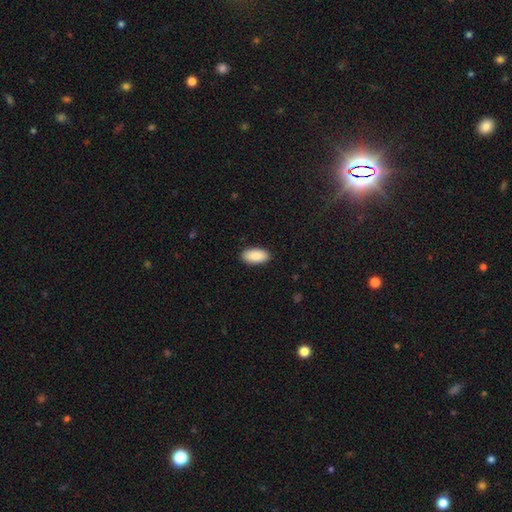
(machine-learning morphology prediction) A smooth galaxy with no disk features (90%) that is in between round and cigar-shaped (94%). Merging: none (90%).